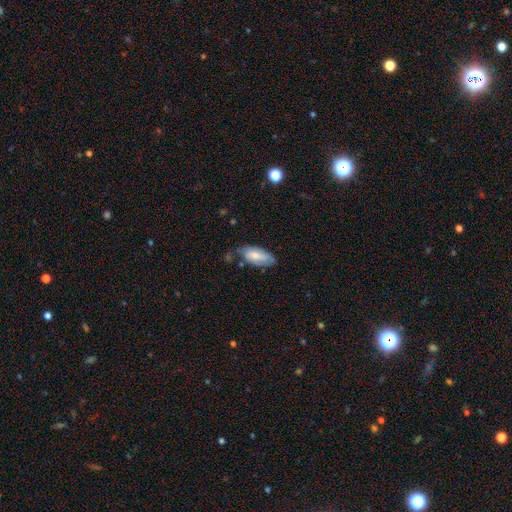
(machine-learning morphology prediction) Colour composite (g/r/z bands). It shows a smooth galaxy with no disk features (65%) that is in between round and cigar-shaped (86%). Merging: none (58%).